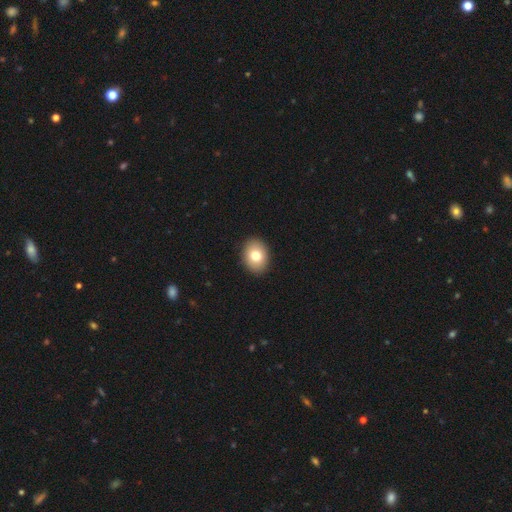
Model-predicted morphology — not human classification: smooth-or-featured: smooth: 78% | featured or disk: 14% | star or artifact: 9%
  how-rounded: in between: 61% | round: 38% | cigar-shaped: 1%
  merging: none: 92% | minor disturbance: 6% | major disturbance: 2% | merger: 1%